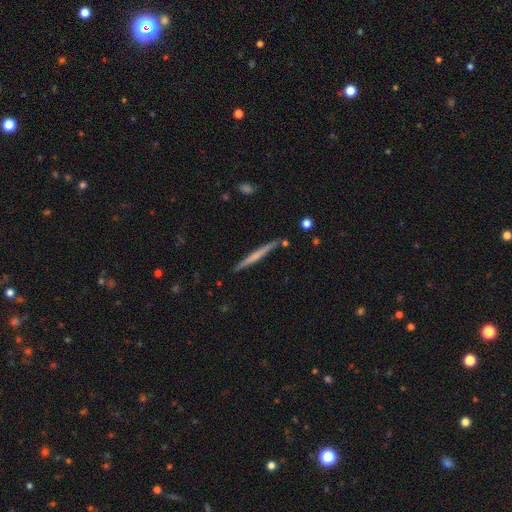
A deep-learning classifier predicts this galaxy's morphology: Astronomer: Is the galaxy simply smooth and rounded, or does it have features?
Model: featured or disk — 48% (runner-up: smooth, 47%).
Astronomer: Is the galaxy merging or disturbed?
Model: none — 88%.